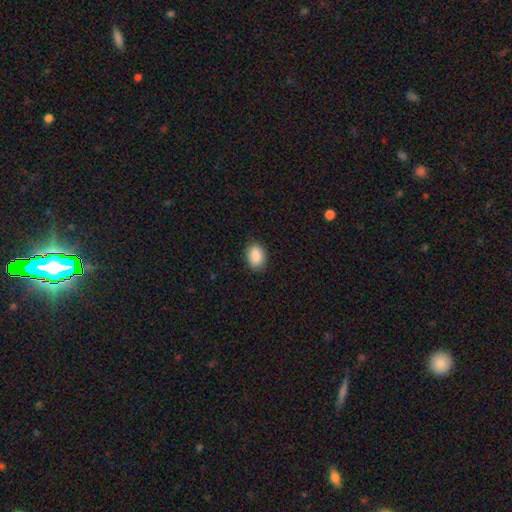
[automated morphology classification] smooth-or-featured: smooth: 89% | star or artifact: 7% | featured or disk: 4%
  how-rounded: in between: 83% | round: 15% | cigar-shaped: 1%
  merging: none: 88% | minor disturbance: 9% | major disturbance: 2% | merger: 1%